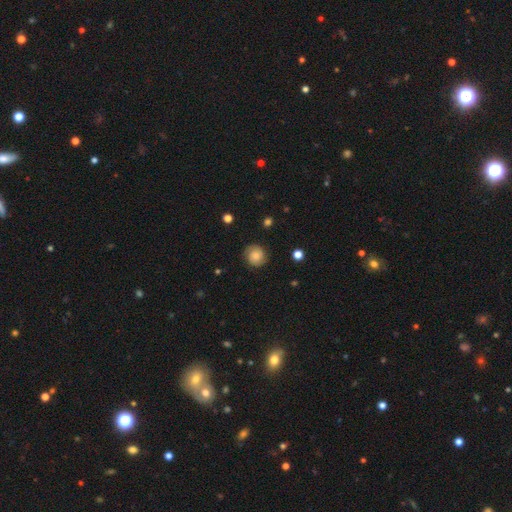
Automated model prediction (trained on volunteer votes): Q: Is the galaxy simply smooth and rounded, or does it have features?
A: smooth — 65%.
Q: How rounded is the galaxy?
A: round — 87%.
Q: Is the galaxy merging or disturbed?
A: none — 83%.